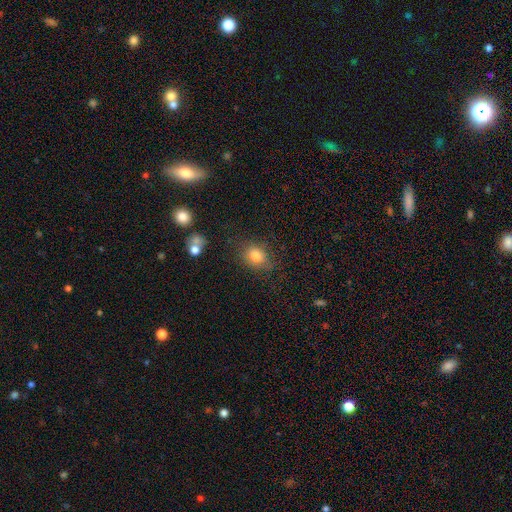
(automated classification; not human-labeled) Smooth or featured?
  - smooth: 81% *
  - star or artifact: 11%
  - featured or disk: 8%
How rounded?
  - round: 52% *
  - in between: 46%
  - cigar-shaped: 1%
Merging?
  - none: 72% *
  - minor disturbance: 19%
  - major disturbance: 6%
  - merger: 3%